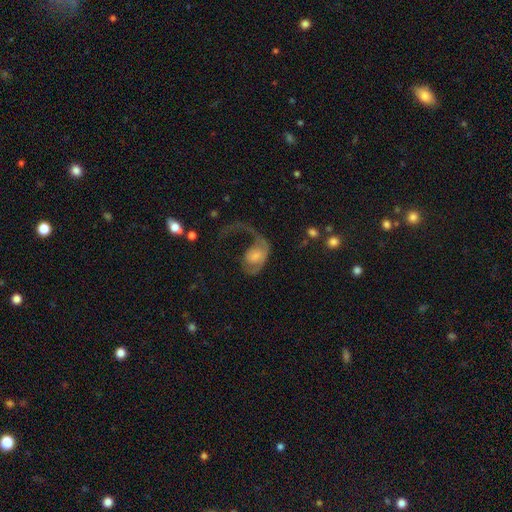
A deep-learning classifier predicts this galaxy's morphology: Smooth or featured? featured or disk (58%)
Edge-on disk? no (97%)
Bar? no (68%)
Spiral arms? yes (70%)
Bulge size? small (35%)
Merging? major disturbance (66%)